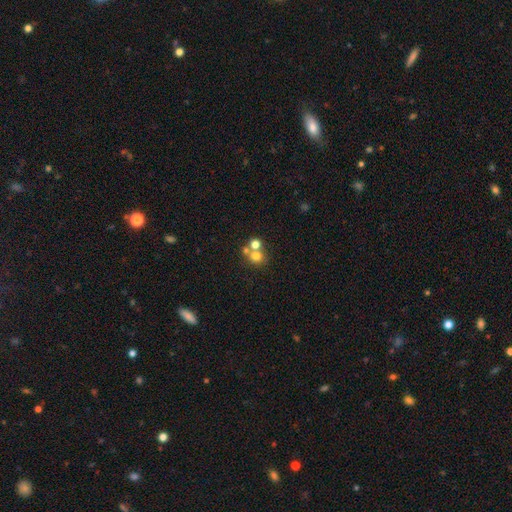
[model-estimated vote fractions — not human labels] Morphology: type=smooth (70%); roundness=round (84%); merging=none (49%).